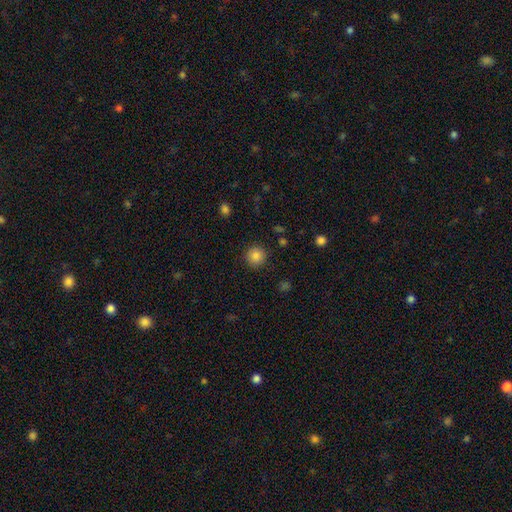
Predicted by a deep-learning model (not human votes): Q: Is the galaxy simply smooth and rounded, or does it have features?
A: smooth — 84%.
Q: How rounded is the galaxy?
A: round — 94%.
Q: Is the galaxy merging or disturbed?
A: none — 91%.